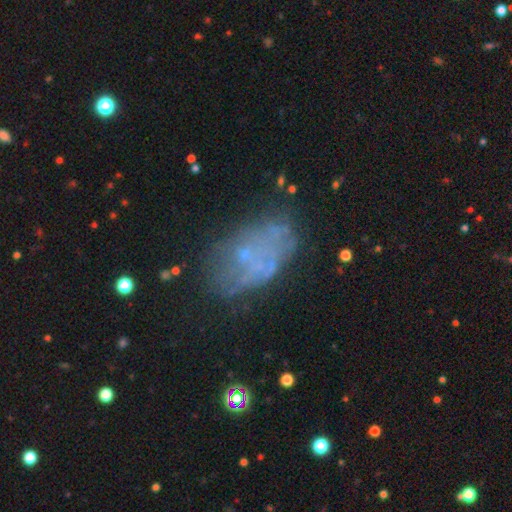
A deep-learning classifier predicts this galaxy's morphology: Smooth or featured? Predicted: featured or disk (p=0.42). Merging? Predicted: none (p=0.56).